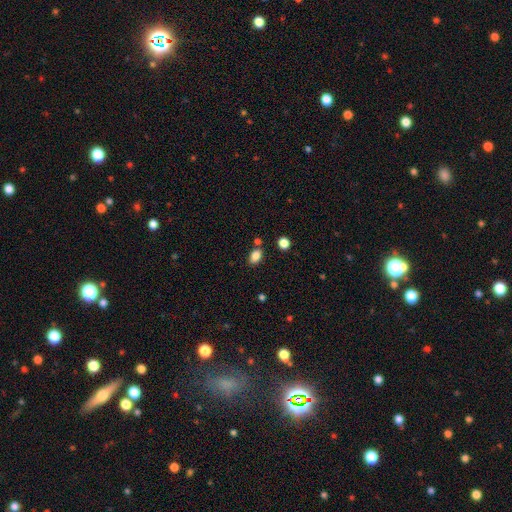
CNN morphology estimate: Smooth or featured? Predicted: smooth (p=0.85). How rounded? Predicted: in between (p=0.82). Merging? Predicted: none (p=0.75).